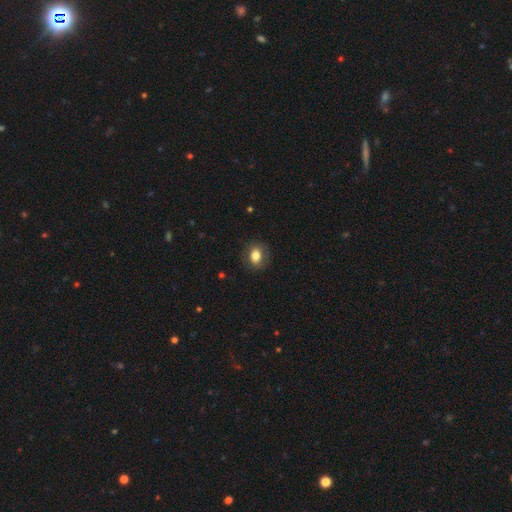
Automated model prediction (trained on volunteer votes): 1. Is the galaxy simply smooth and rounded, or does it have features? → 77% smooth, 14% featured or disk, 9% star or artifact.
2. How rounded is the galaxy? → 53% round, 46% in between, 1% cigar-shaped.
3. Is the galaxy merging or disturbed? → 83% none, 12% minor disturbance, 4% major disturbance, 1% merger.